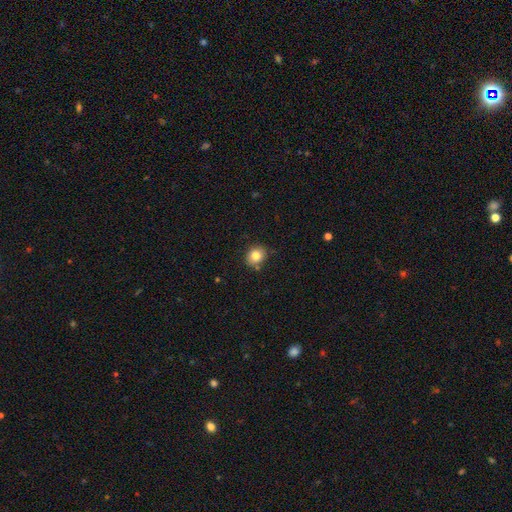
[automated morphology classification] A smooth galaxy with no disk features (81%) that is round (70%). Merging: none (83%).